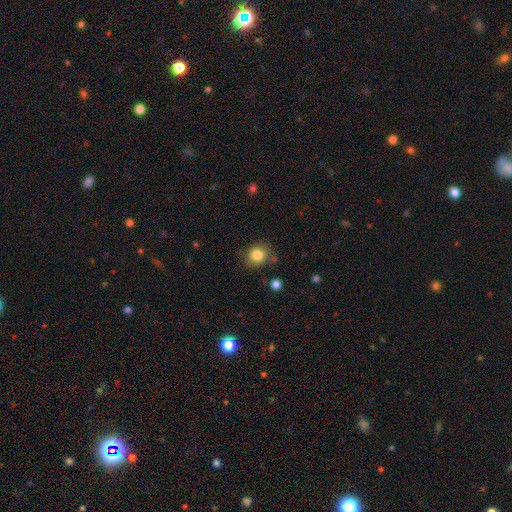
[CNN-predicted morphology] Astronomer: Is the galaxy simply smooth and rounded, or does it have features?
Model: smooth — 83%.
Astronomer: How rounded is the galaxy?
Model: round — 75%.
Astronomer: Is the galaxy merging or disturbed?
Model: none — 76%.